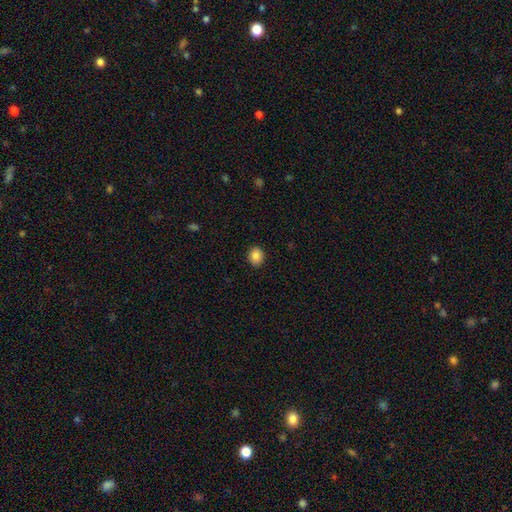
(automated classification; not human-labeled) smooth_or_featured: smooth (p=0.85) [alt: star or artifact p=0.09]
how_rounded: round (p=0.52) [alt: in between p=0.47]
merging: none (p=0.91) [alt: minor disturbance p=0.07]